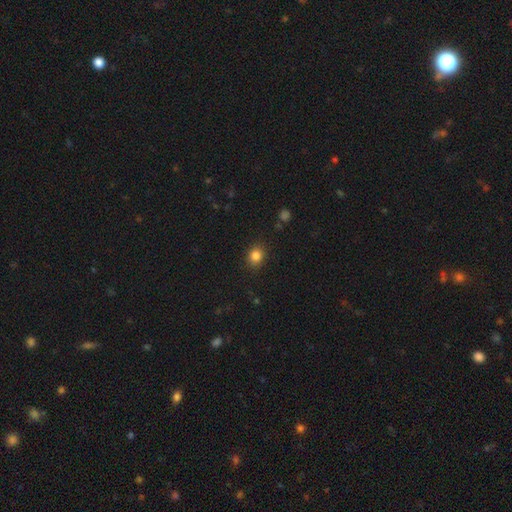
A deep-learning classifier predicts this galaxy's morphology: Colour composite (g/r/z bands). It shows a smooth galaxy with no disk features (84%) that is round (67%). Merging: none (87%).